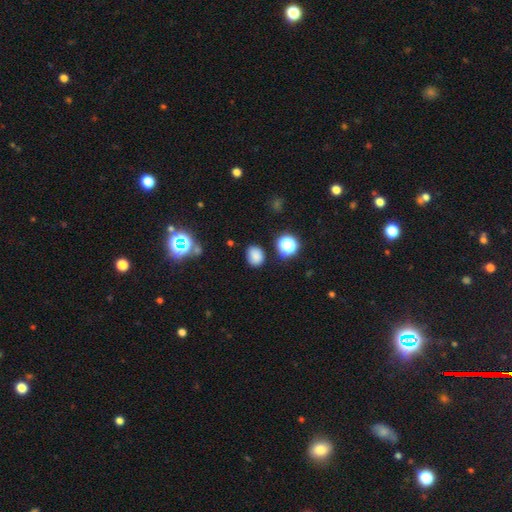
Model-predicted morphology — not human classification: Smooth or featured?
  - smooth: 80% *
  - star or artifact: 15%
  - featured or disk: 6%
How rounded?
  - in between: 52% *
  - round: 47%
  - cigar-shaped: 1%
Merging?
  - none: 80% *
  - minor disturbance: 13%
  - major disturbance: 4%
  - merger: 3%